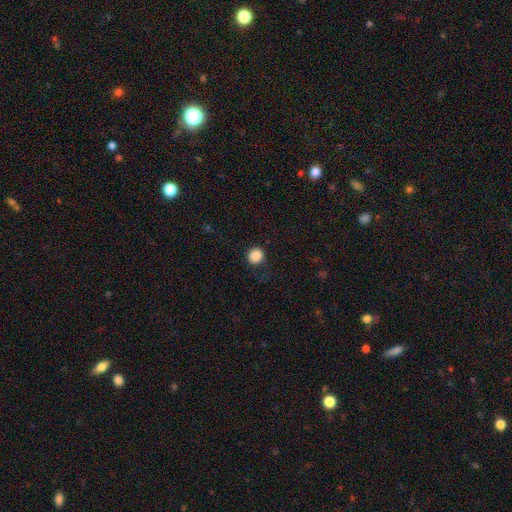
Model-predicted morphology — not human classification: smooth 87%, star or artifact 10%, featured or disk 3%. Down the decision tree: how rounded — round (91%); merging — none (84%).